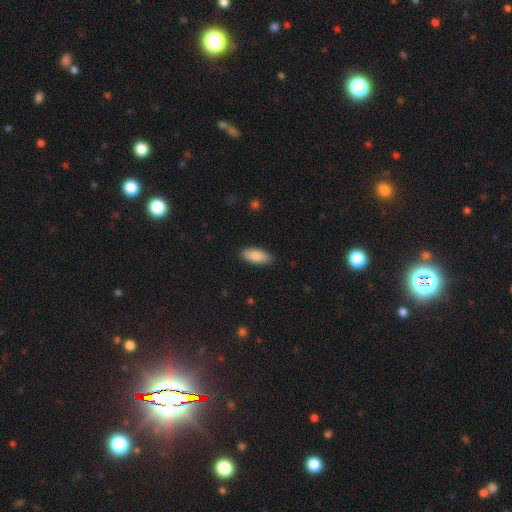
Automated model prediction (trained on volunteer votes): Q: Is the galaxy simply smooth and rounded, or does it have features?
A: smooth — 88%.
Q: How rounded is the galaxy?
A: in between — 87%.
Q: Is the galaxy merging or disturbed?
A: none — 87%.